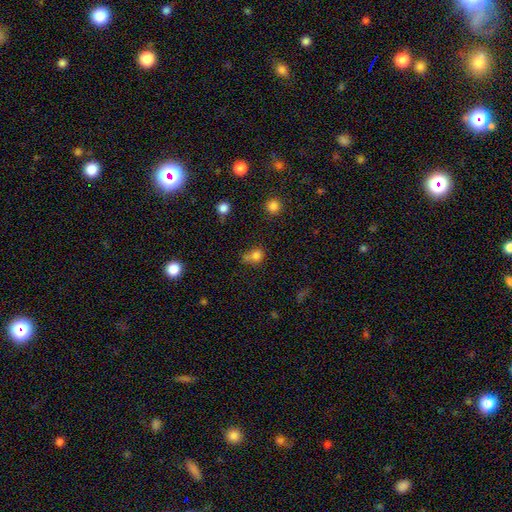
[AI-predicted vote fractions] This is likely a smooth galaxy (77%). How rounded: likely round (76%). Merging: possibly none (51%).